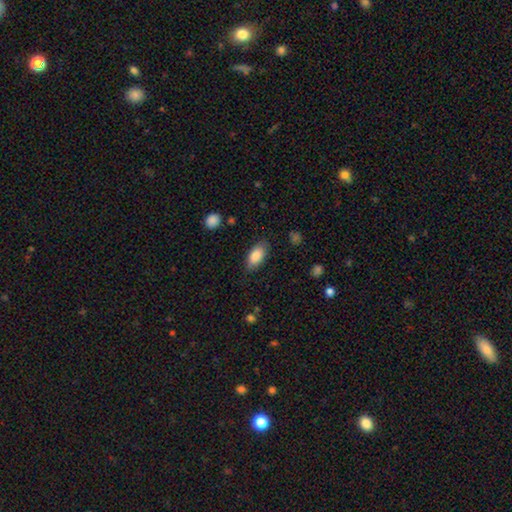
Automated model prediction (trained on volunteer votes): smooth 85%, featured or disk 9%, star or artifact 6%. Down the decision tree: how rounded — in between (91%); merging — none (82%).